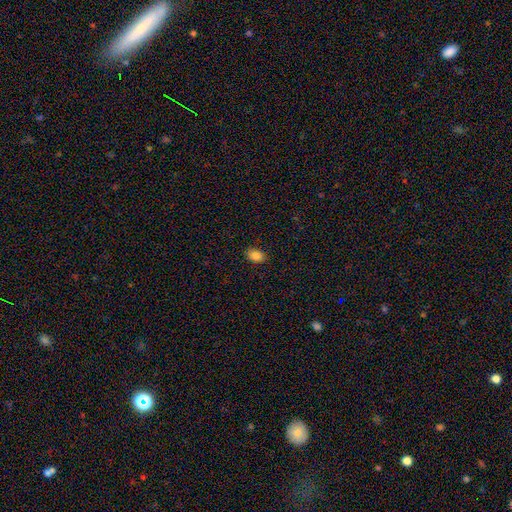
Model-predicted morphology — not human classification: A smooth galaxy with no disk features (86%) that is in between round and cigar-shaped (83%). Merging: none (87%).